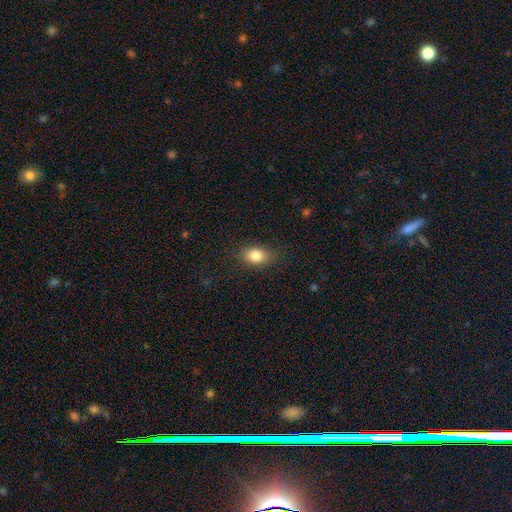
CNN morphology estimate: Q: Smooth or featured?
A: smooth (84%); runner-up: star or artifact (9%)
Q: How rounded?
A: in between (78%); runner-up: round (21%)
Q: Merging?
A: none (84%); runner-up: minor disturbance (11%)